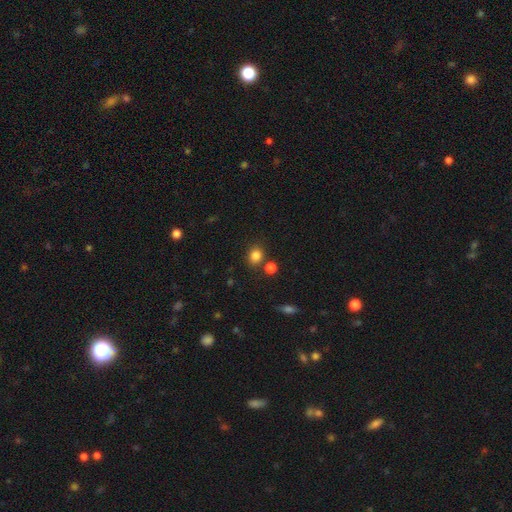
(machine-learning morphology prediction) Smooth or featured: smooth — 82% (star or artifact — 12%)
How rounded: round — 66% (in between — 33%)
Merging: none — 75% (merger — 12%)